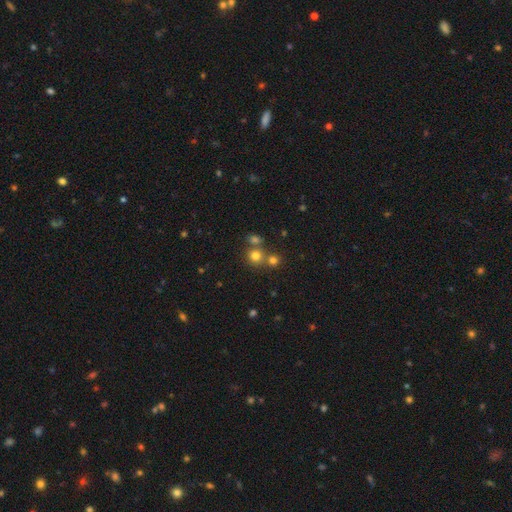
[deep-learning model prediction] Smooth or featured? smooth (74%)
How rounded? round (87%)
Merging? none (61%)